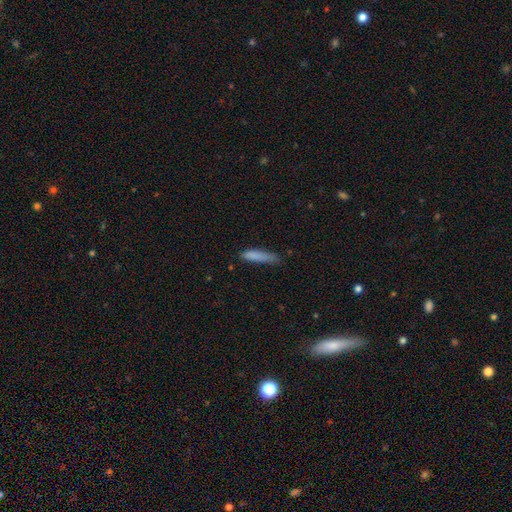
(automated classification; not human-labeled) This is clearly a smooth galaxy (83%). How rounded: clearly cigar-shaped (81%). Merging: possibly none (56%).